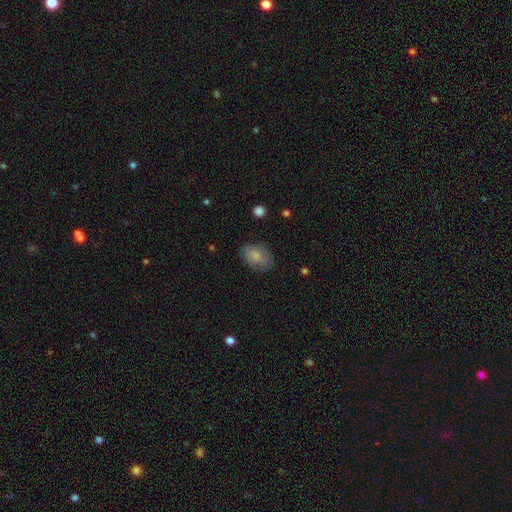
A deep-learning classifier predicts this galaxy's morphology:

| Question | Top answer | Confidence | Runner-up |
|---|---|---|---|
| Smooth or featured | smooth | 84% | featured or disk (9%) |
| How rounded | in between | 83% | round (16%) |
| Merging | none | 76% | minor disturbance (18%) |